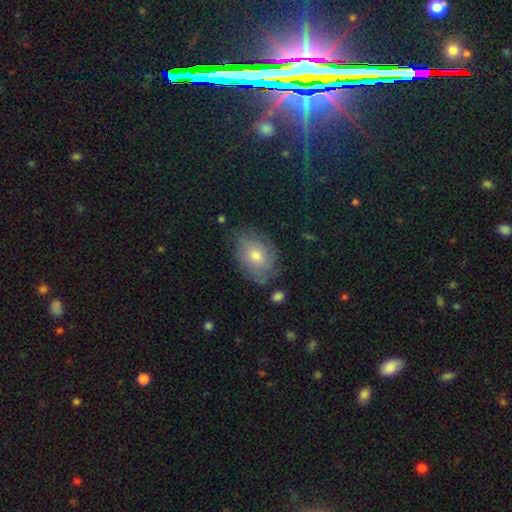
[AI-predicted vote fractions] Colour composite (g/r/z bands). It shows a smooth galaxy with no disk features (53%) that is in between round and cigar-shaped (76%). Merging: none (69%).